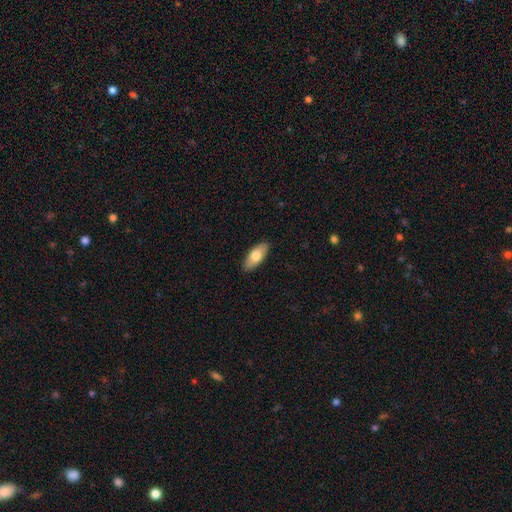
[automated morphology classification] smooth 73%, featured or disk 21%, star or artifact 6%. Down the decision tree: how rounded — in between (86%); merging — none (89%).